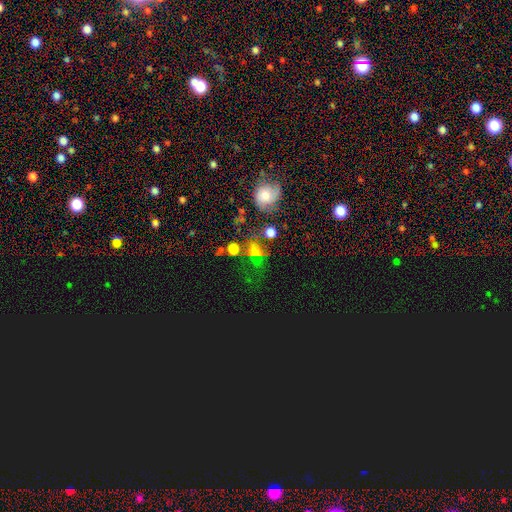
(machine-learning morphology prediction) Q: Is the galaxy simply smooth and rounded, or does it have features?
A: smooth — 50%.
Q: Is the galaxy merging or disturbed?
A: none — 42%.